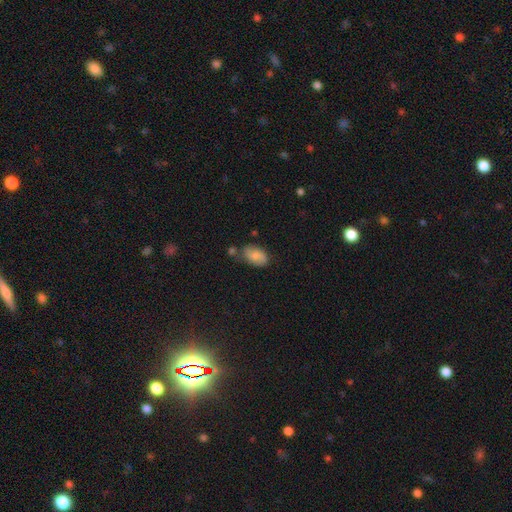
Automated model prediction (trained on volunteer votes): A smooth galaxy with no disk features (57%) that is in between round and cigar-shaped (90%).

Vote fractions:
- Smooth or featured? smooth: 57% / featured or disk: 34% / star or artifact: 9%
- How rounded? in between: 90% / round: 8% / cigar-shaped: 2%
- Merging? none: 60% / minor disturbance: 24% / merger: 10% / major disturbance: 6%